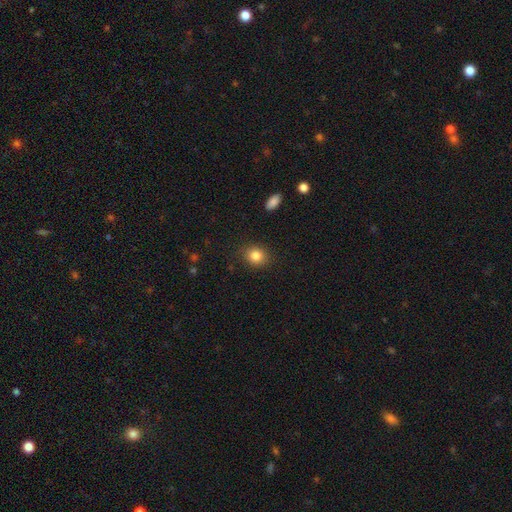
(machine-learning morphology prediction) A smooth galaxy with no disk features (84%) that is round (72%). Merging: none (87%).